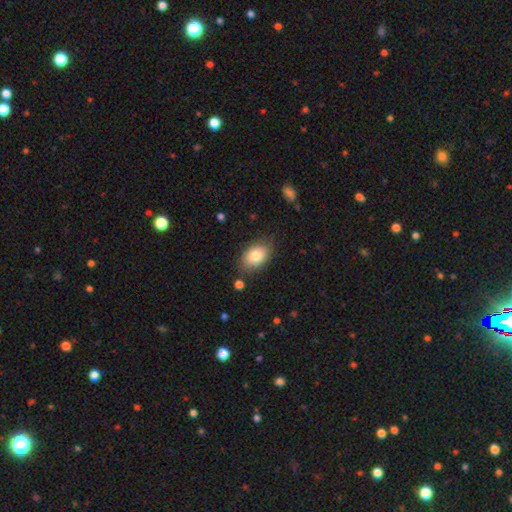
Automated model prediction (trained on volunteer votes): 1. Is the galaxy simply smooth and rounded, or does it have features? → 80% smooth, 12% featured or disk, 8% star or artifact.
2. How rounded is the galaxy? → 86% in between, 13% round, 1% cigar-shaped.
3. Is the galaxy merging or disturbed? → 80% none, 14% minor disturbance, 3% major disturbance, 2% merger.